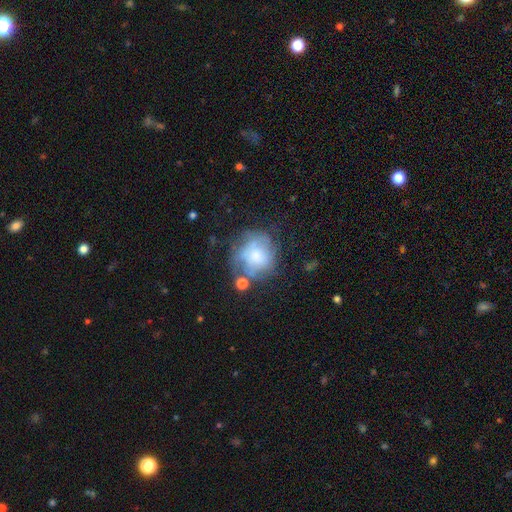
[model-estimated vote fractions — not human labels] Smooth or featured? featured or disk (46%)
Merging? none (46%)